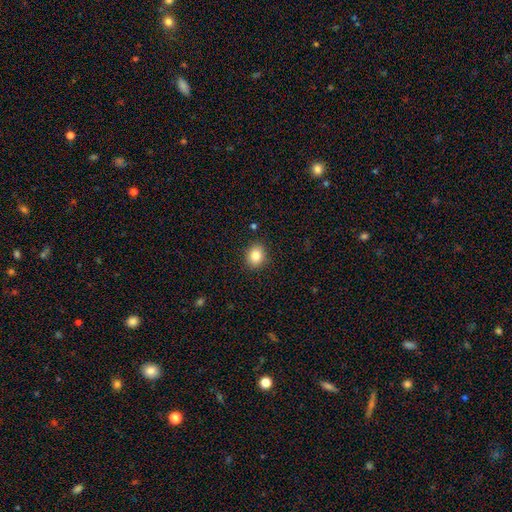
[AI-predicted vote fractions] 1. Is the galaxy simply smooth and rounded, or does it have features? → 84% smooth, 10% star or artifact, 6% featured or disk.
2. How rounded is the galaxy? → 58% round, 41% in between, 1% cigar-shaped.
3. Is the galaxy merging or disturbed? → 89% none, 8% minor disturbance, 2% major disturbance, 1% merger.